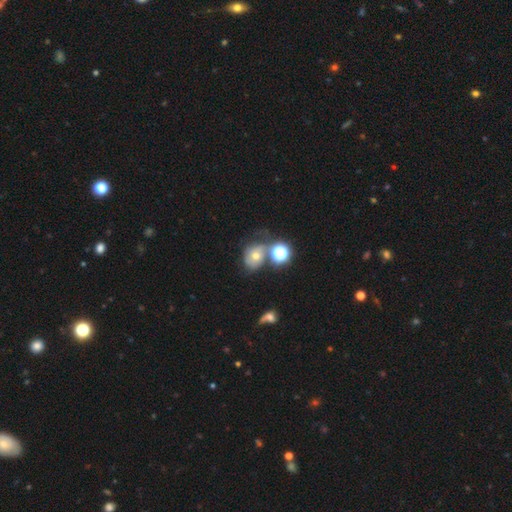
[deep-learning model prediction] Smooth or featured: smooth — 47% (featured or disk — 33%)
Merging: none — 40% (merger — 22%)